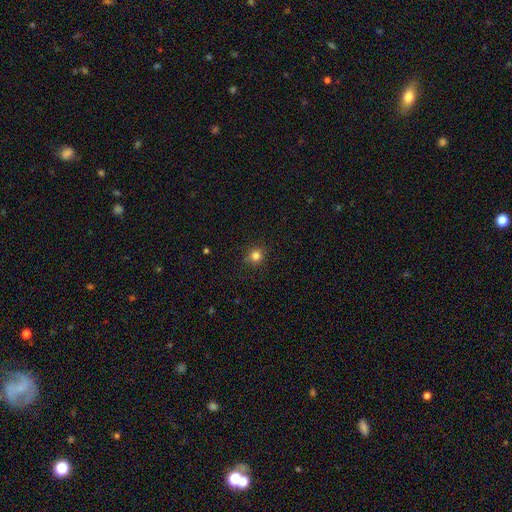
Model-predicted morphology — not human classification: This is clearly a smooth galaxy (81%). How rounded: clearly round (92%). Merging: clearly none (89%).